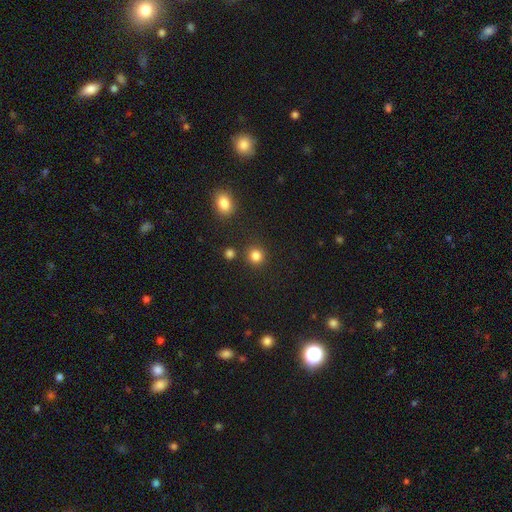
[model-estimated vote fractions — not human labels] Q: Smooth or featured?
A: smooth (83%); runner-up: star or artifact (13%)
Q: How rounded?
A: round (90%); runner-up: in between (9%)
Q: Merging?
A: none (87%); runner-up: minor disturbance (7%)